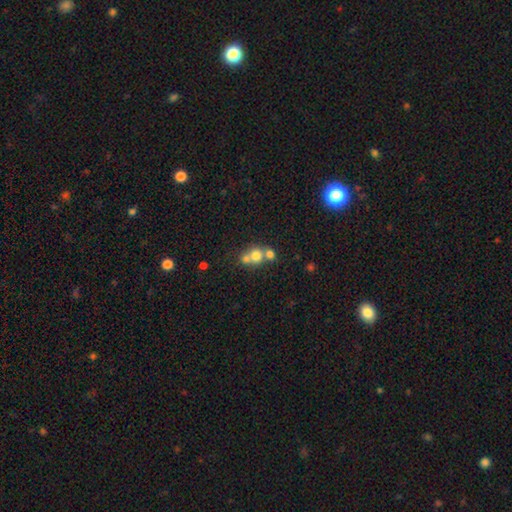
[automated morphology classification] Q: Smooth or featured?
A: smooth (70%); runner-up: featured or disk (17%)
Q: How rounded?
A: round (82%); runner-up: in between (17%)
Q: Merging?
A: merger (58%); runner-up: none (34%)